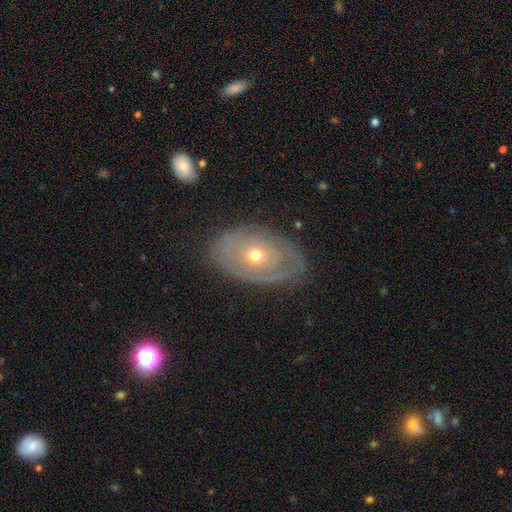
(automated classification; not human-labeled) Morphology: type=featured or disk (66%); edge-on=no (92%); bar=no (88%); spiral arms=yes (51%); bulge=moderate (52%); merging=none (73%).